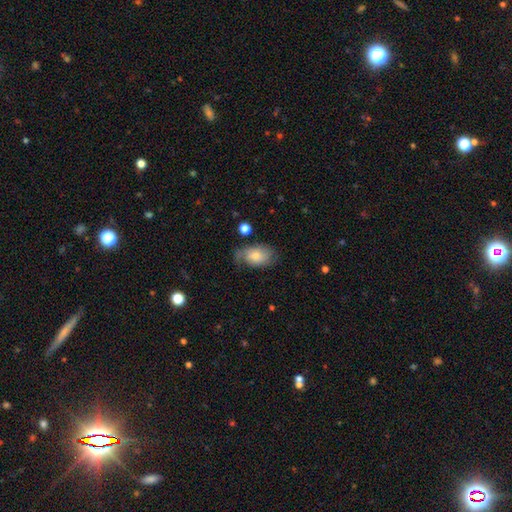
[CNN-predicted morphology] A smooth galaxy with no disk features (62%) that is in between round and cigar-shaped (87%).

Vote fractions:
- Smooth or featured? smooth: 62% / featured or disk: 30% / star or artifact: 7%
- How rounded? in between: 87% / round: 11% / cigar-shaped: 2%
- Merging? none: 49% / minor disturbance: 30% / major disturbance: 18% / merger: 3%